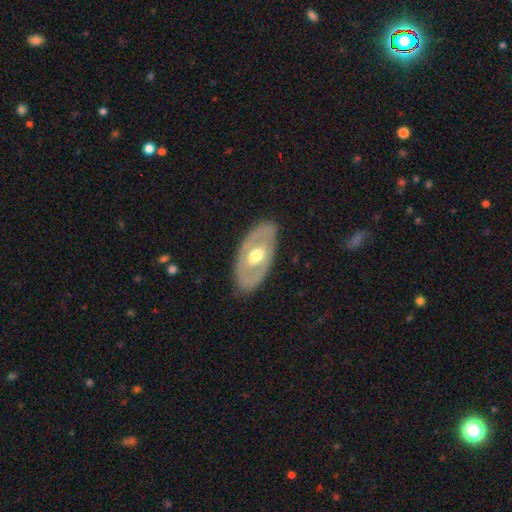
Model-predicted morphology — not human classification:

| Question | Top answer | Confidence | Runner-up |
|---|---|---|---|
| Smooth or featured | featured or disk | 62% | smooth (33%) |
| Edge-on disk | no | 87% | yes (13%) |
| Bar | no | 65% | weak (25%) |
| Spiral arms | no | 77% | yes (23%) |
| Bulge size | moderate | 73% | large (13%) |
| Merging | none | 82% | minor disturbance (13%) |